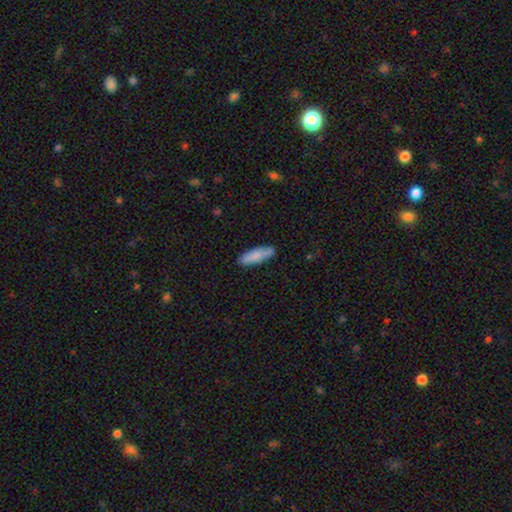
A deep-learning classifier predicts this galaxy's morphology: Smooth or featured? Predicted: smooth (p=0.82). How rounded? Predicted: cigar-shaped (p=0.55). Merging? Predicted: none (p=0.83).